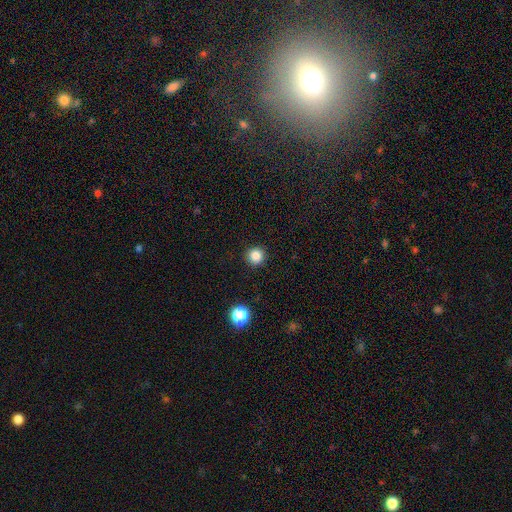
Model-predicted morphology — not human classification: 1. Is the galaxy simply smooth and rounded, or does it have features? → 84% smooth, 12% star or artifact, 4% featured or disk.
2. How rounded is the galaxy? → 95% round, 4% in between, 1% cigar-shaped.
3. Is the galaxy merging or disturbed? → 92% none, 5% minor disturbance, 2% major disturbance, 1% merger.